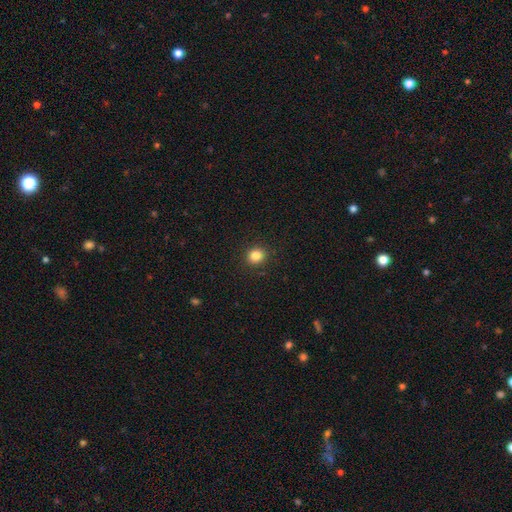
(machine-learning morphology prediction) This is clearly a smooth galaxy (84%). How rounded: clearly round (84%). Merging: clearly none (91%).